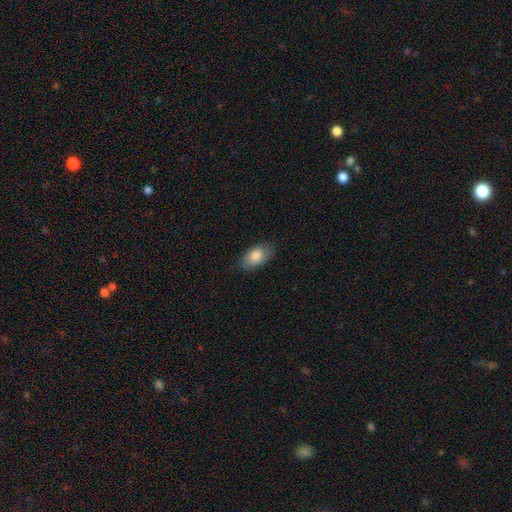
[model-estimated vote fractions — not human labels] Q: Smooth or featured?
A: smooth (84%); runner-up: featured or disk (9%)
Q: How rounded?
A: in between (92%); runner-up: round (5%)
Q: Merging?
A: none (78%); runner-up: minor disturbance (17%)